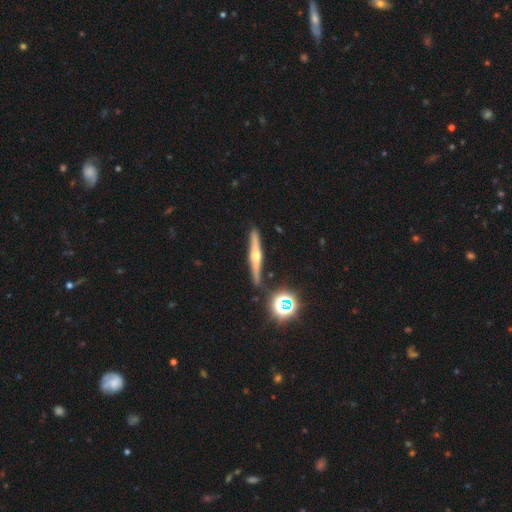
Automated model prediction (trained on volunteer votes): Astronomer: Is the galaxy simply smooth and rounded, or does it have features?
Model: featured or disk — 74%.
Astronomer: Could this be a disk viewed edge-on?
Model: yes — 98%.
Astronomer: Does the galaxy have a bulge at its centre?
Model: rounded — 93%.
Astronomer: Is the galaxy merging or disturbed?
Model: none — 89%.